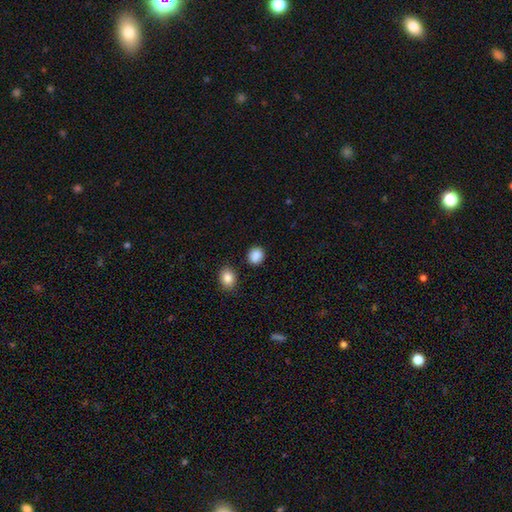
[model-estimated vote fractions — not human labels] Morphology: type=smooth (88%); roundness=round (75%); merging=none (86%).